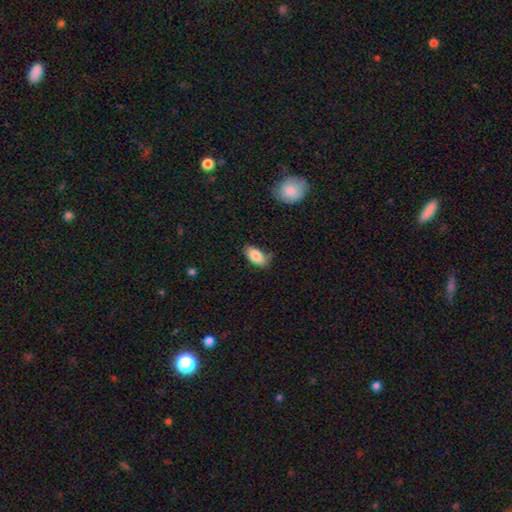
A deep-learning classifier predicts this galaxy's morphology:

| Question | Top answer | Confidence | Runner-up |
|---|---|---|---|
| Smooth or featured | smooth | 84% | featured or disk (9%) |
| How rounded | in between | 92% | cigar-shaped (5%) |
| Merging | none | 64% | minor disturbance (27%) |